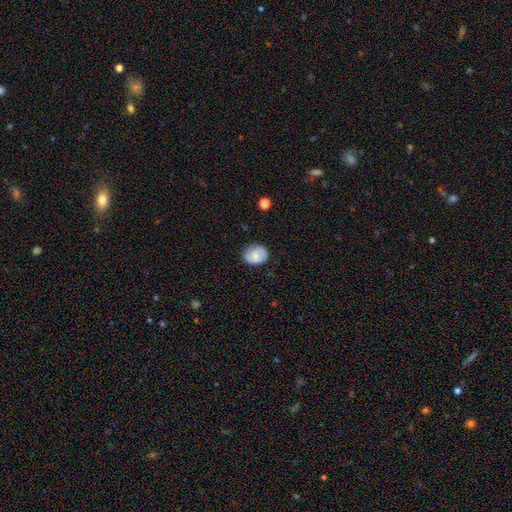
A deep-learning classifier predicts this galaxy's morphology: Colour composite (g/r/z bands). It shows a smooth galaxy with no disk features (62%) that is round (60%). Merging: none (78%).